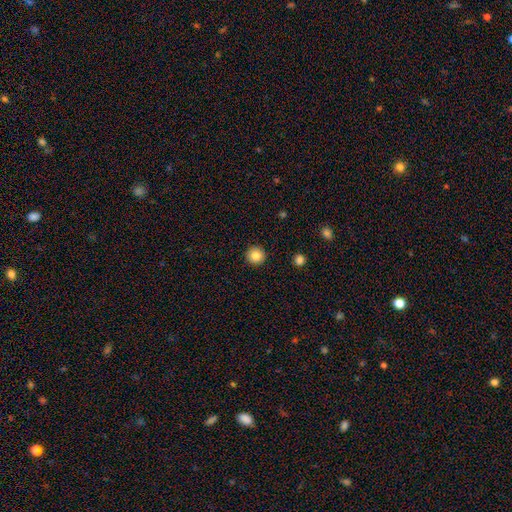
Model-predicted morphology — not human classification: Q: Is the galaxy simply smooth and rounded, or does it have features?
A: smooth — 84%.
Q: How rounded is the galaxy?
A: round — 96%.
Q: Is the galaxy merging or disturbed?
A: none — 93%.